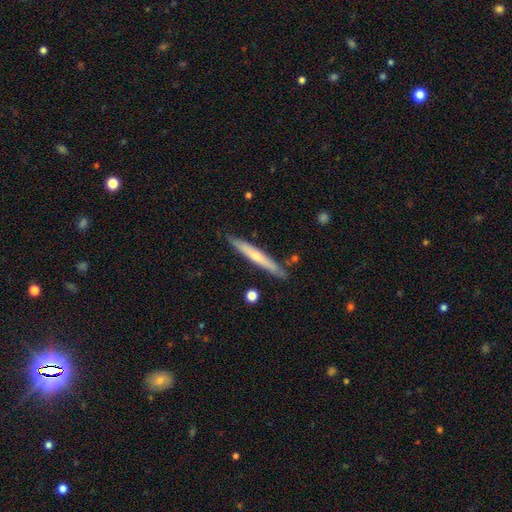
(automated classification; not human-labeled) Smooth or featured: featured or disk — 49% (smooth — 45%)
Merging: none — 86% (minor disturbance — 10%)